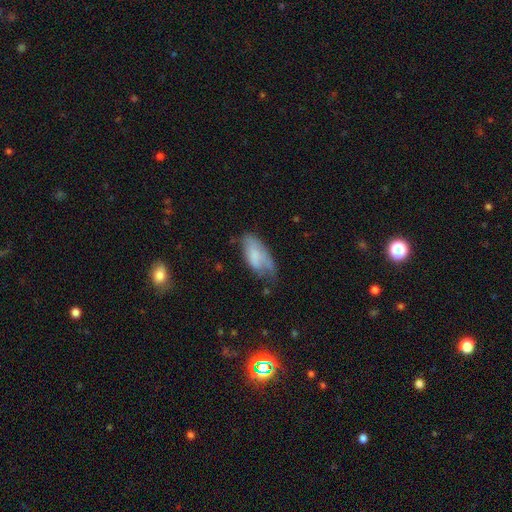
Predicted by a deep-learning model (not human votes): Morphology: type=smooth (67%); roundness=in between (89%); merging=minor disturbance (38%).